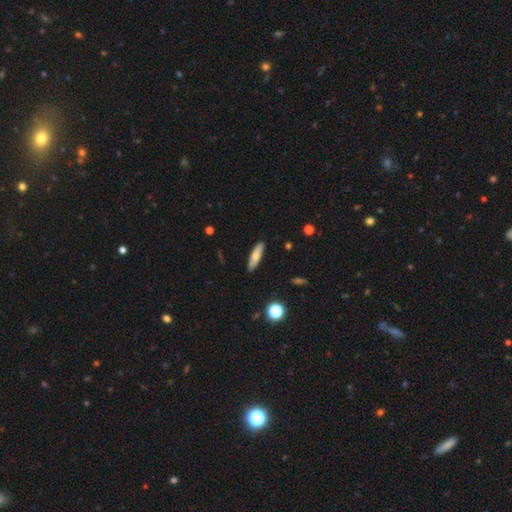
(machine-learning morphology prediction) A smooth galaxy with no disk features (68%) that is cigar-shaped (68%).

Vote fractions:
- Smooth or featured? smooth: 68% / featured or disk: 25% / star or artifact: 7%
- How rounded? cigar-shaped: 68% / in between: 30% / round: 2%
- Merging? none: 89% / minor disturbance: 8% / major disturbance: 2% / merger: 1%